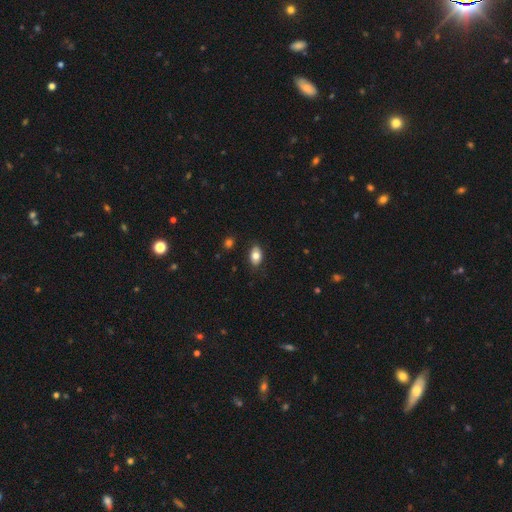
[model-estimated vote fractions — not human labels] smooth 79%, featured or disk 13%, star or artifact 8%. Down the decision tree: how rounded — in between (87%); merging — none (82%).